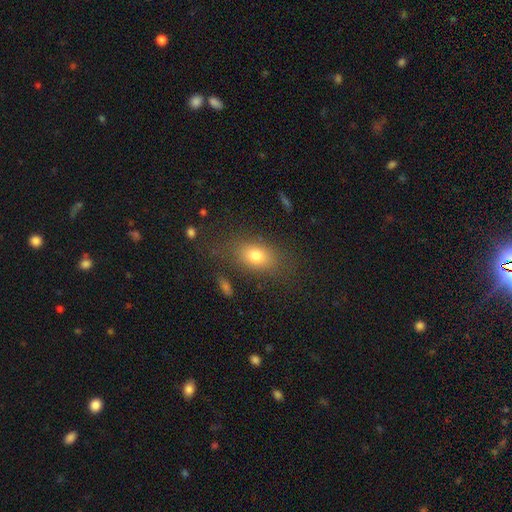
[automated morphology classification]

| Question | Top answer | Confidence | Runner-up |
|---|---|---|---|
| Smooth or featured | smooth | 75% | featured or disk (13%) |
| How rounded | in between | 76% | round (21%) |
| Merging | none | 75% | minor disturbance (15%) |